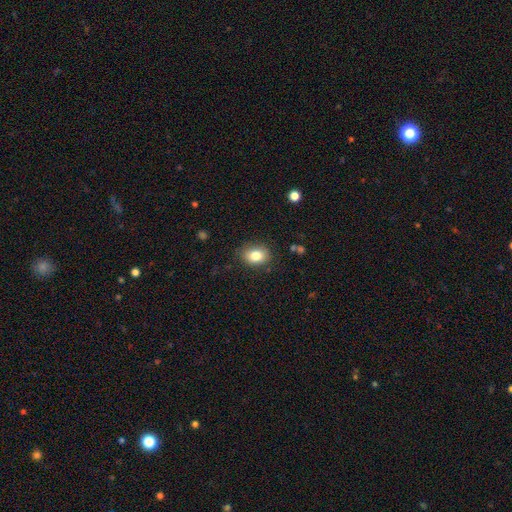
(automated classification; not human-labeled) smooth 82%, star or artifact 9%, featured or disk 9%. Down the decision tree: how rounded — in between (68%); merging — none (84%).